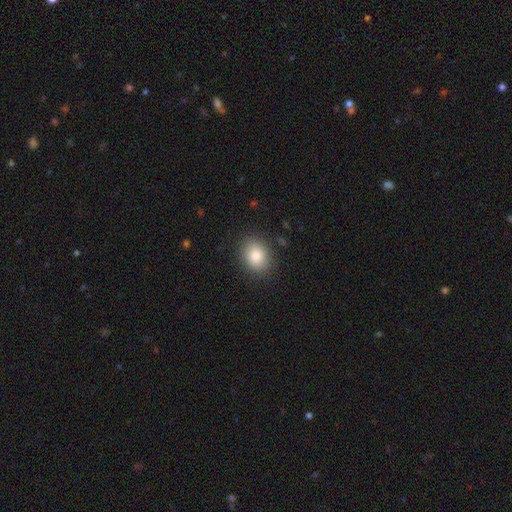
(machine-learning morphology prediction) smooth_or_featured: smooth (p=0.85) [alt: star or artifact p=0.08]
how_rounded: in between (p=0.57) [alt: round p=0.42]
merging: none (p=0.86) [alt: minor disturbance p=0.10]